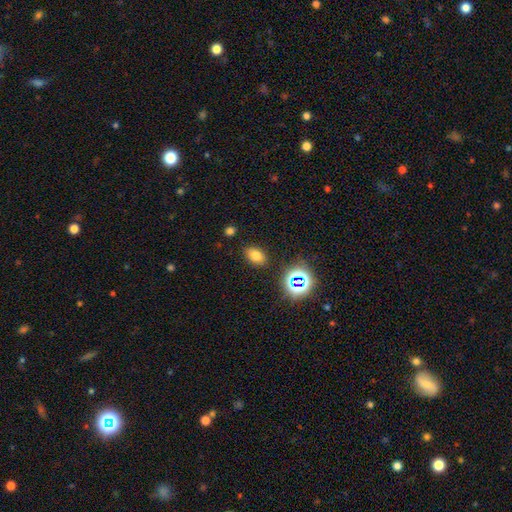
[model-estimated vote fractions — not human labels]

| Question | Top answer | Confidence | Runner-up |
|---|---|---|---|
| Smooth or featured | smooth | 72% | star or artifact (19%) |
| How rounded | in between | 81% | round (18%) |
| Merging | none | 85% | minor disturbance (10%) |